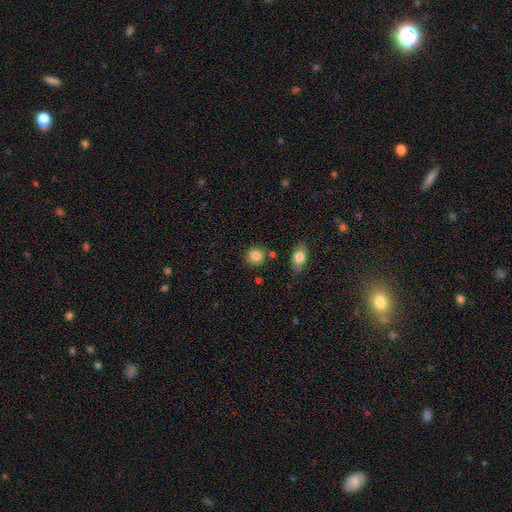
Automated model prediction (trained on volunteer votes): A smooth galaxy with no disk features (84%) that is round (82%). Merging: none (81%).